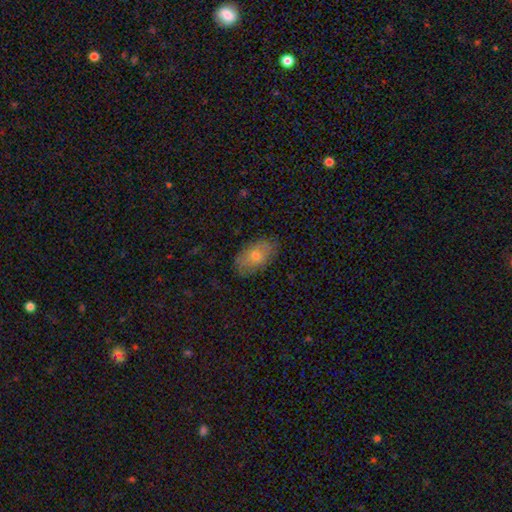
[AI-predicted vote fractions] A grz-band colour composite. It shows a smooth galaxy with no disk features (67%) that is in between round and cigar-shaped (91%). Merging: none (81%).